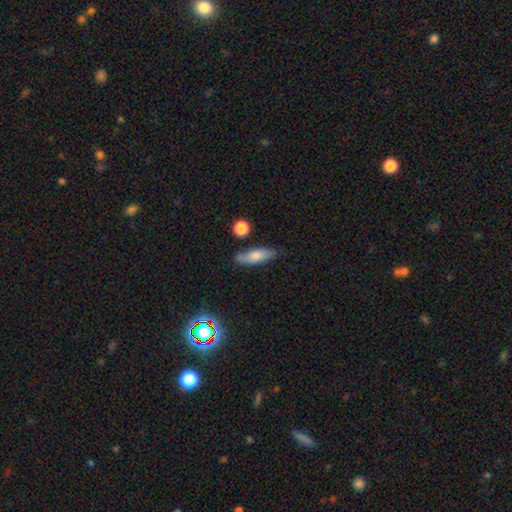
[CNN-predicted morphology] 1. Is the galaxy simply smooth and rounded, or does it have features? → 72% smooth, 21% featured or disk, 8% star or artifact.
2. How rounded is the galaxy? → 51% in between, 46% cigar-shaped, 3% round.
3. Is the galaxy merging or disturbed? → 75% none, 17% minor disturbance, 5% merger, 3% major disturbance.